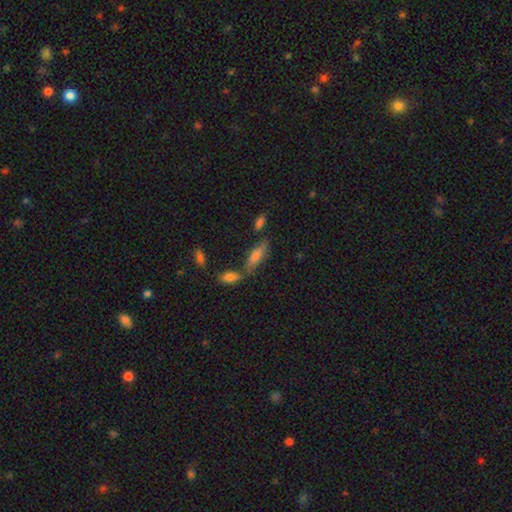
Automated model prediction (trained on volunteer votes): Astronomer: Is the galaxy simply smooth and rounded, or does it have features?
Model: smooth — 62%.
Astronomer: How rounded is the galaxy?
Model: cigar-shaped — 52% (runner-up: in between, 46%).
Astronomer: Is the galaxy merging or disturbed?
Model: none — 61%.